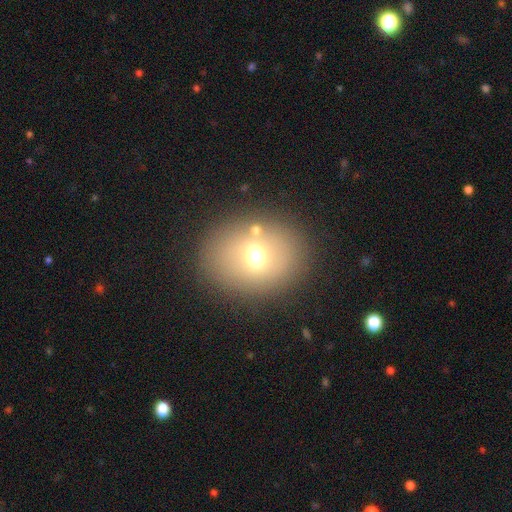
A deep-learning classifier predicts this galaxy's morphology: A smooth galaxy with no disk features (62%) that is round (56%). Merging: none (81%).